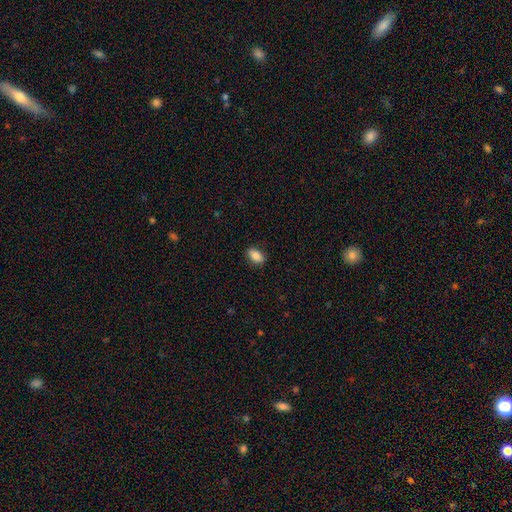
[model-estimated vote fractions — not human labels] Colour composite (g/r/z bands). It shows a smooth galaxy with no disk features (87%) that is in between round and cigar-shaped (90%). Merging: none (88%).